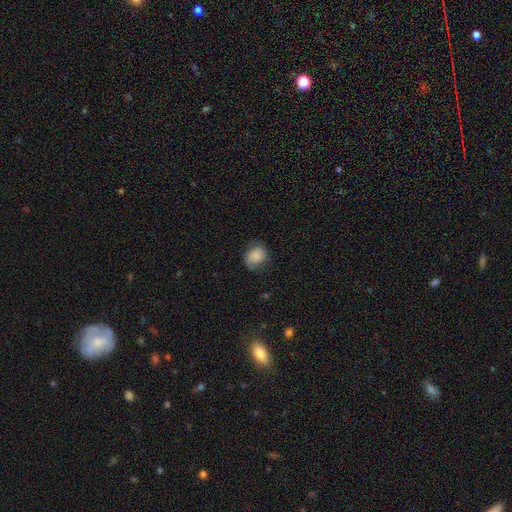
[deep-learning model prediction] Morphology: type=smooth (73%); roundness=round (56%); merging=none (65%).